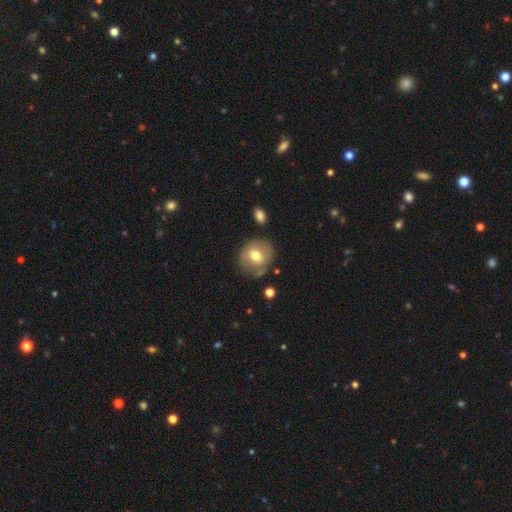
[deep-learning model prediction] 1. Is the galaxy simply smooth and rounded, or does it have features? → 67% smooth, 25% featured or disk, 8% star or artifact.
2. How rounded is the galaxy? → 75% round, 24% in between, 1% cigar-shaped.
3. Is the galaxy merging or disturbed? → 75% none, 16% minor disturbance, 5% merger, 5% major disturbance.